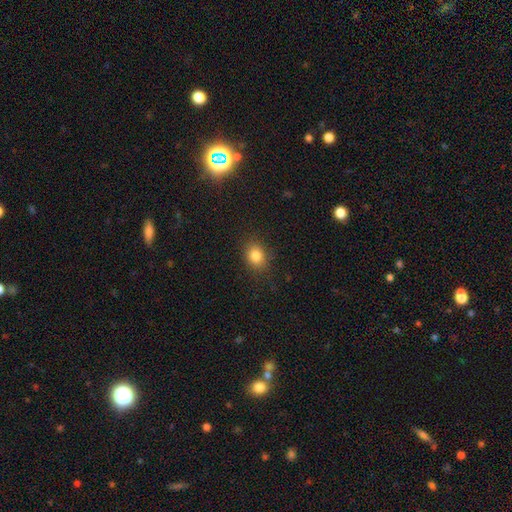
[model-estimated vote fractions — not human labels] Overall: smooth (83%). How rounded: round (56%; in between 43%). Merging: none (85%).